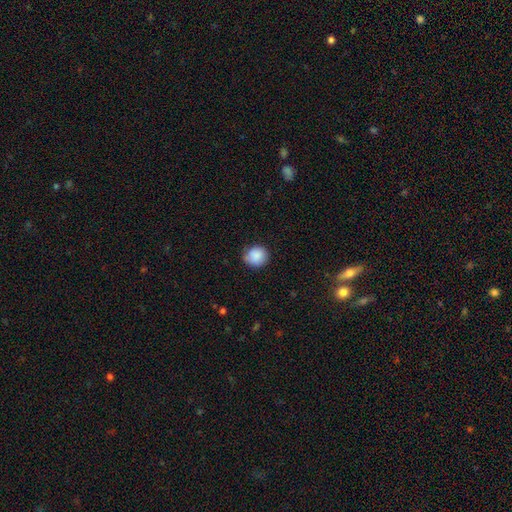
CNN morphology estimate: This is clearly a smooth galaxy (88%). How rounded: clearly round (86%). Merging: likely none (78%).